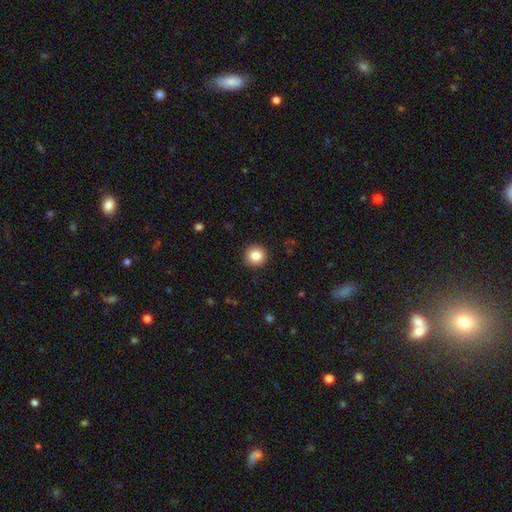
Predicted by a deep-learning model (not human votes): A smooth galaxy with no disk features (84%) that is round (95%). Merging: none (92%).